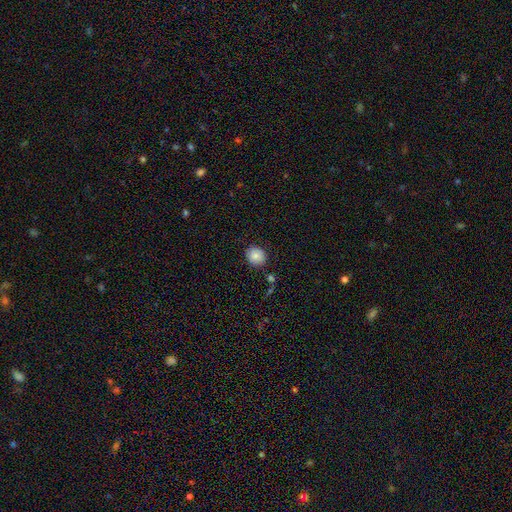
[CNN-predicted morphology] Smooth or featured?
  - smooth: 83% *
  - star or artifact: 9%
  - featured or disk: 8%
How rounded?
  - round: 80% *
  - in between: 19%
  - cigar-shaped: 1%
Merging?
  - none: 81% *
  - minor disturbance: 13%
  - merger: 3%
  - major disturbance: 3%